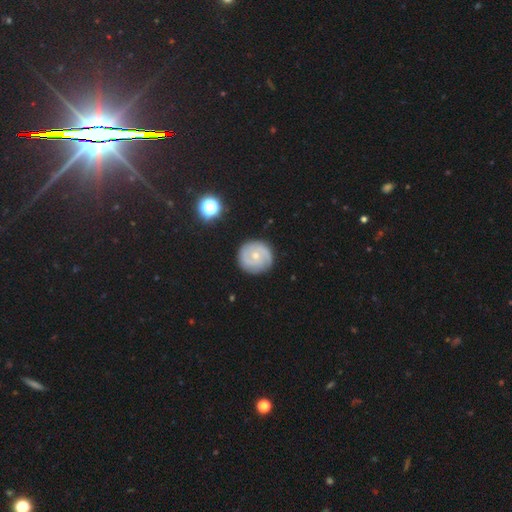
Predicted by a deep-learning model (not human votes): Morphology: type=featured or disk (68%); edge-on=no (98%); bar=no (71%); spiral arms=yes (89%); winding=tight (60%); arm count=2 (51%); bulge=small (60%); merging=none (85%).